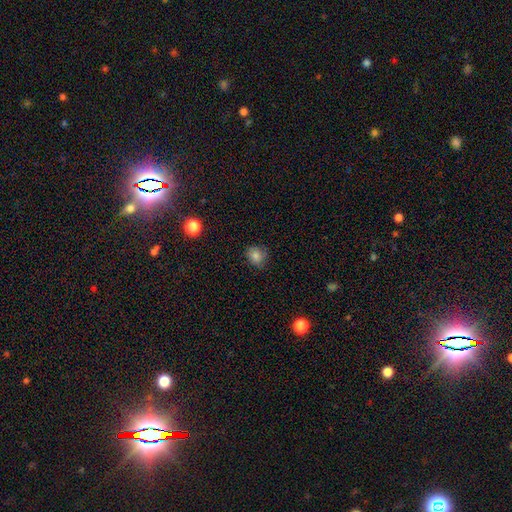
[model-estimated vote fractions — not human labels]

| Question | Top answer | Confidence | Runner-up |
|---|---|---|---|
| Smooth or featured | smooth | 79% | star or artifact (11%) |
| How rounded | round | 77% | in between (22%) |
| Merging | none | 77% | minor disturbance (18%) |